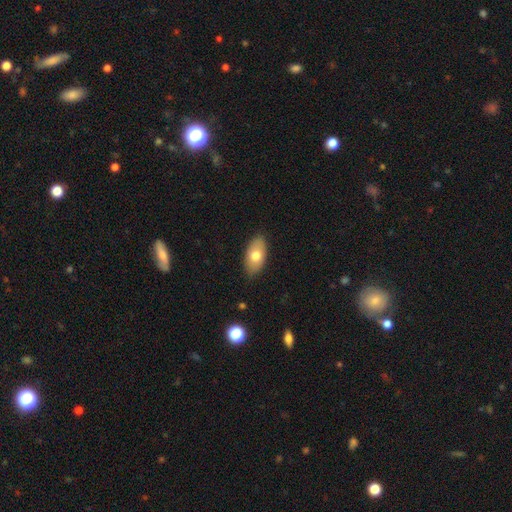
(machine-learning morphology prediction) Smooth or featured? Predicted: smooth (p=0.71). How rounded? Predicted: in between (p=0.93). Merging? Predicted: none (p=0.86).